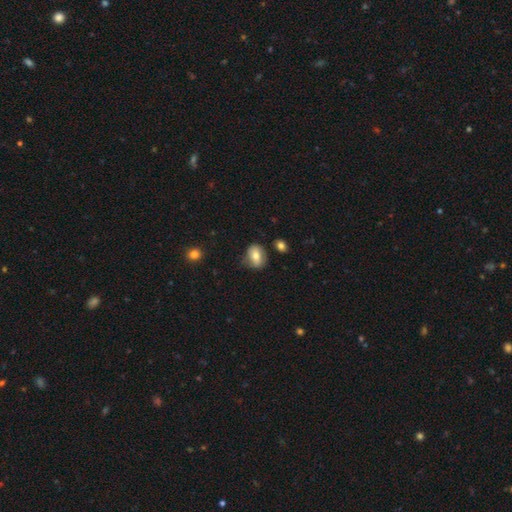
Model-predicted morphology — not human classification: Smooth or featured? Predicted: smooth (p=0.70). How rounded? Predicted: in between (p=0.61). Merging? Predicted: none (p=0.68).